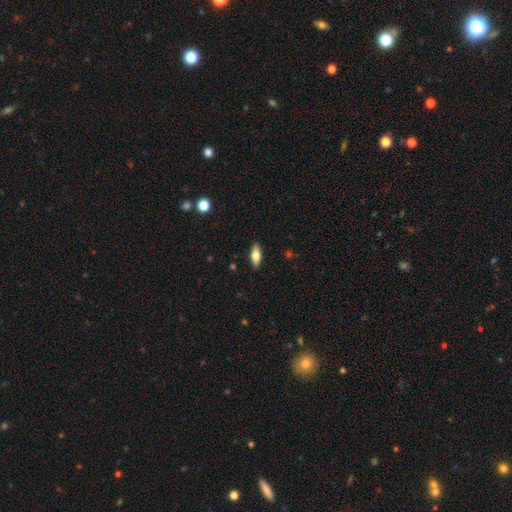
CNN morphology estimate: type=smooth (68%); roundness=in between (73%); merging=none (89%).